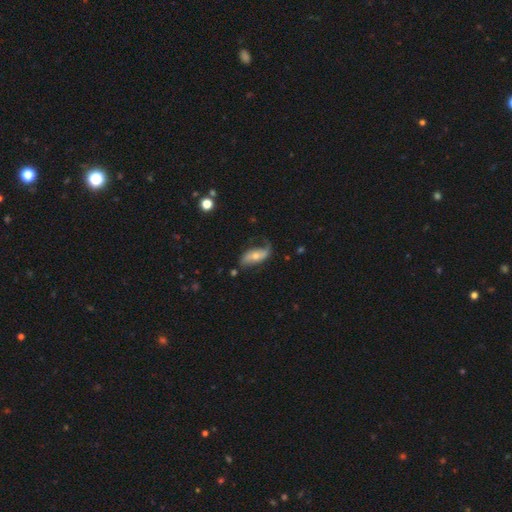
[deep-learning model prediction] Overall: featured or disk (61%; smooth 32%). Edge-on disk: no (89%). Bar: no (59%; weak 27%). Spiral arms: yes (85%). Bulge size: moderate (54%; small 40%). Merging: none (52%; minor disturbance 29%).